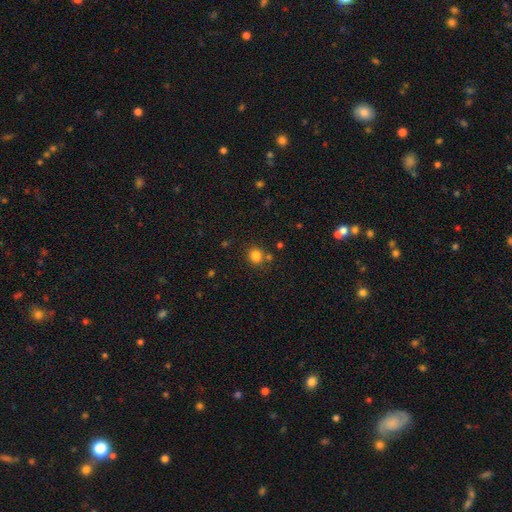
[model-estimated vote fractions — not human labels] This is clearly a smooth galaxy (82%). How rounded: clearly round (81%). Merging: likely none (75%).